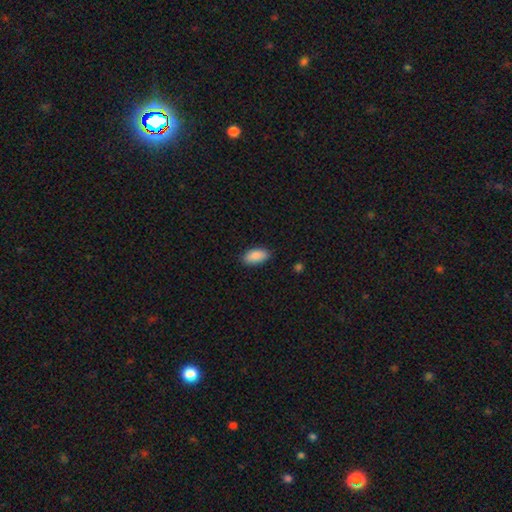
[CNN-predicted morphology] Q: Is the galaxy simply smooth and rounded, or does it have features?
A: smooth — 90%.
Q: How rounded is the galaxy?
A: in between — 92%.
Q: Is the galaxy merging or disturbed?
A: none — 87%.